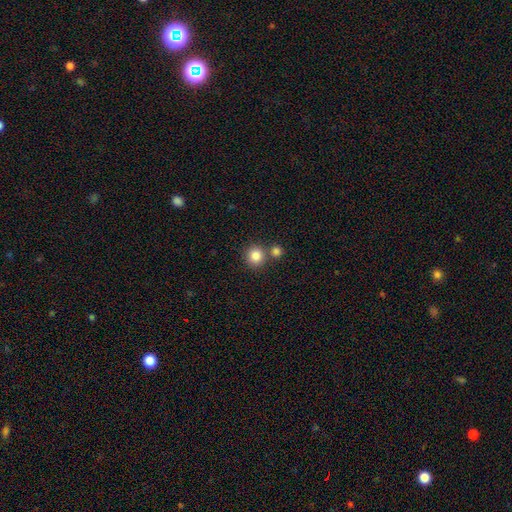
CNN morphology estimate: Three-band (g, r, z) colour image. It shows a smooth galaxy with no disk features (84%) that is round (91%). Merging: none (70%).